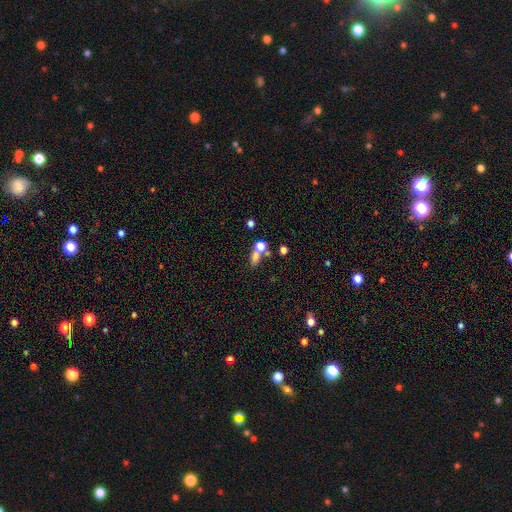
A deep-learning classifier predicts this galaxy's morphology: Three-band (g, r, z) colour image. It shows a smooth galaxy with no disk features (68%) that is in between round and cigar-shaped (54%). Merging: merger (47%).